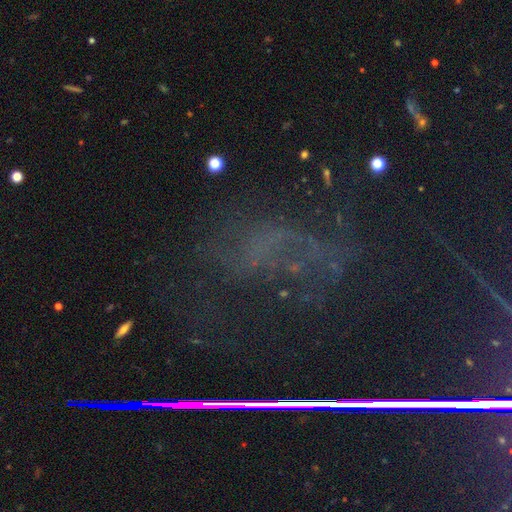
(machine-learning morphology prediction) This is possibly a star or artifact rather than a galaxy (52%).